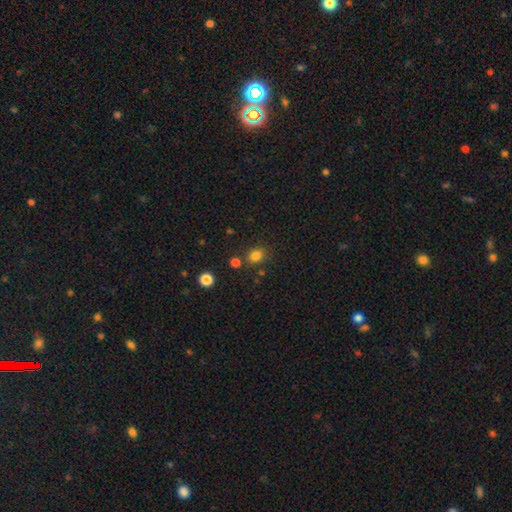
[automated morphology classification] The model was most divided on "how rounded": in between: 51%, round: 48%, cigar-shaped: 1%. More confident: smooth or featured — smooth (81%); merging — none (74%).